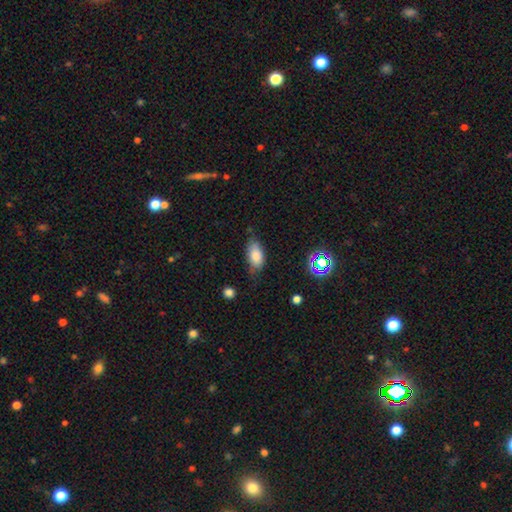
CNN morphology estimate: smooth_or_featured: smooth (p=0.81) [alt: featured or disk p=0.11]
how_rounded: in between (p=0.91) [alt: cigar-shaped p=0.05]
merging: none (p=0.61) [alt: minor disturbance p=0.30]